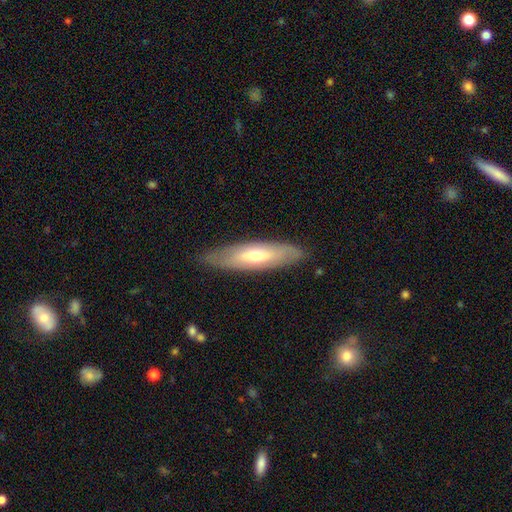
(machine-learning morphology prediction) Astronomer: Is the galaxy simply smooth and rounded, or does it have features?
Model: featured or disk — 48% (runner-up: smooth, 46%).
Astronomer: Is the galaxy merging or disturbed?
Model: none — 83%.